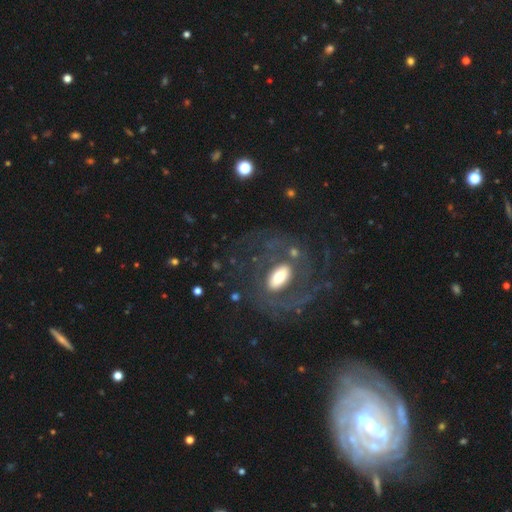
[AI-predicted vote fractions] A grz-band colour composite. It shows a featured or disk galaxy (74%) with a strong bar (47%), 2 (47%) tight (48%) spiral arms (79%) and a moderate central bulge (53%). Merging: none (63%).